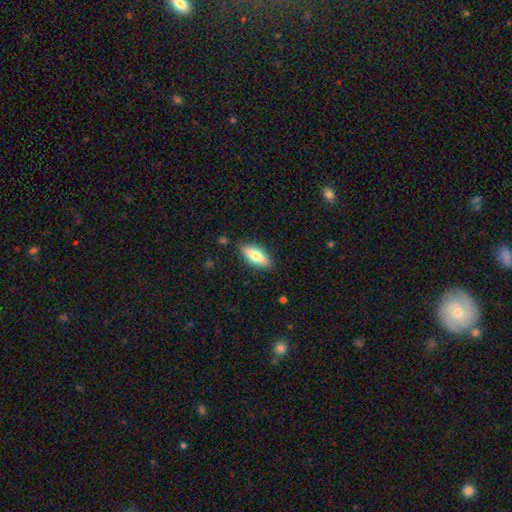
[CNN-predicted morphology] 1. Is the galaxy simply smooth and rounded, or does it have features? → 66% smooth, 27% featured or disk, 6% star or artifact.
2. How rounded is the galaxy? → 70% in between, 28% cigar-shaped, 3% round.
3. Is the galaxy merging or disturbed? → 86% none, 10% minor disturbance, 2% major disturbance, 1% merger.